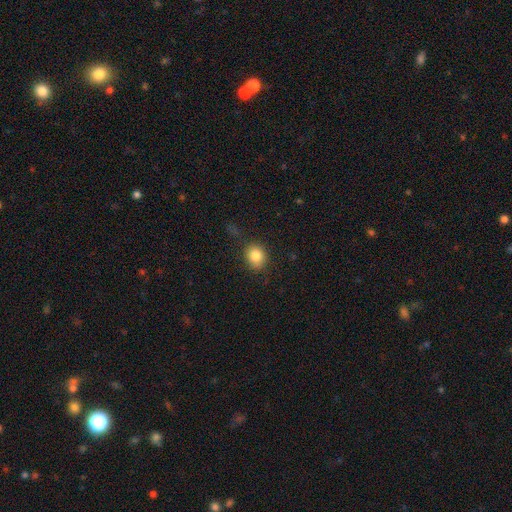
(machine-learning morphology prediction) The model was most divided on "how rounded": round: 62%, in between: 37%, cigar-shaped: 1%. More confident: smooth or featured — smooth (84%); merging — none (79%).